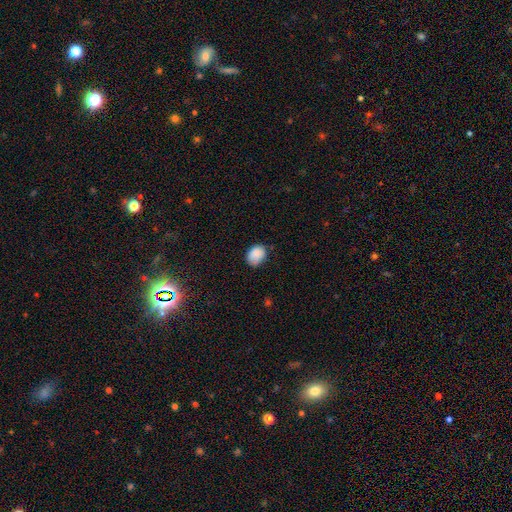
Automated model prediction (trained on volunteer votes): The model was most divided on "how rounded": in between: 65%, round: 34%, cigar-shaped: 1%. More confident: smooth or featured — smooth (87%); merging — none (68%).